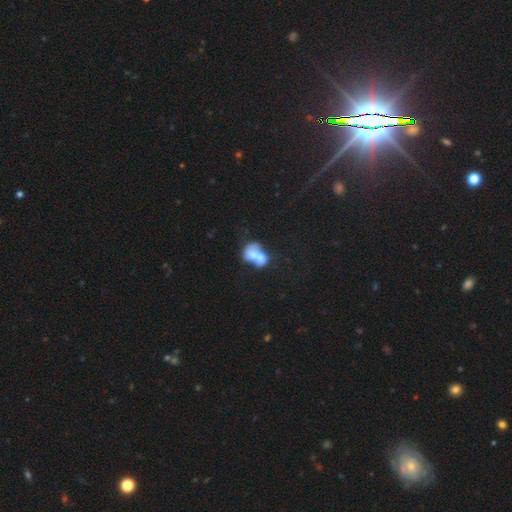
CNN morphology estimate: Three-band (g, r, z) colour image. It shows a smooth galaxy with no disk features (63%) that is in between round and cigar-shaped (64%). Merging: merger (77%).